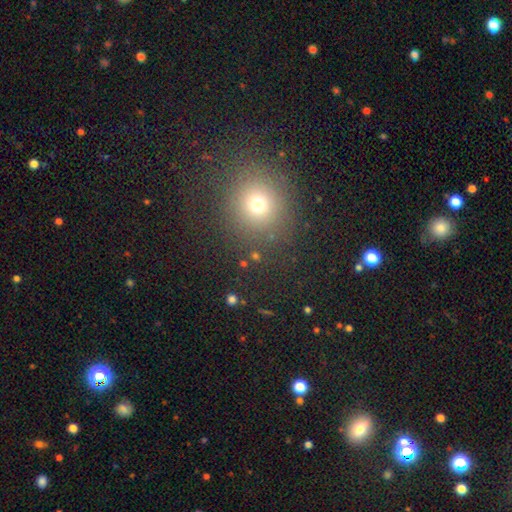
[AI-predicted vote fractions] This is likely a smooth galaxy (61%). How rounded: clearly round (87%). Merging: clearly none (84%).